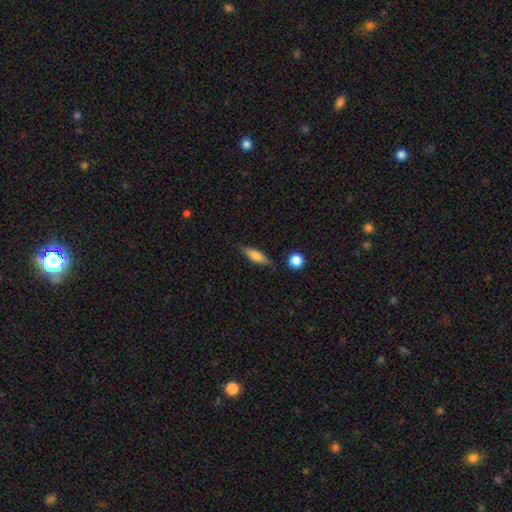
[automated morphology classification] type=smooth (65%); roundness=cigar-shaped (52%); merging=none (79%).